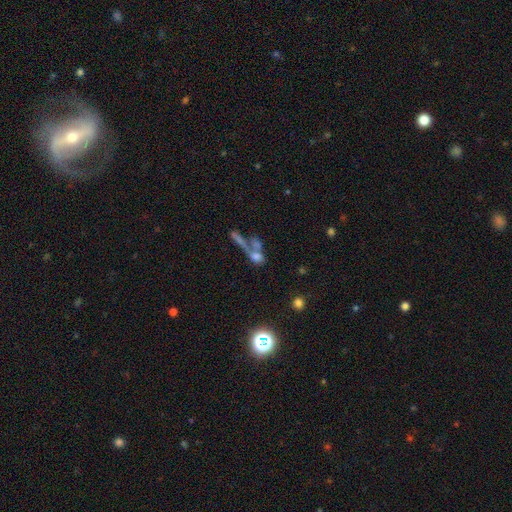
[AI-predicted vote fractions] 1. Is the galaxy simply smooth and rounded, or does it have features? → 40% smooth, 30% featured or disk, 29% star or artifact.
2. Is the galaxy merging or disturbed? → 47% merger, 33% none, 11% major disturbance, 9% minor disturbance.